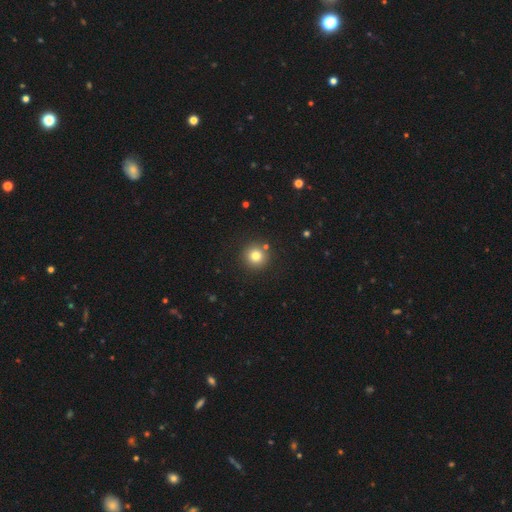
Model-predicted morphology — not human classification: smooth_or_featured: smooth (p=0.79) [alt: star or artifact p=0.13]
how_rounded: round (p=0.95) [alt: in between p=0.04]
merging: none (p=0.87) [alt: minor disturbance p=0.06]